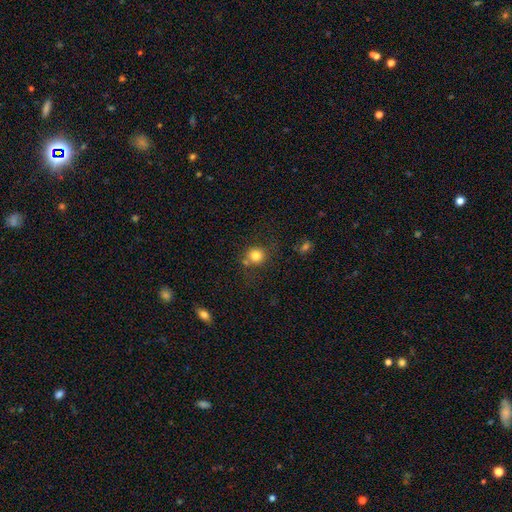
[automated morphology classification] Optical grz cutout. It shows a smooth galaxy with no disk features (80%) that is round (88%). Merging: none (70%).